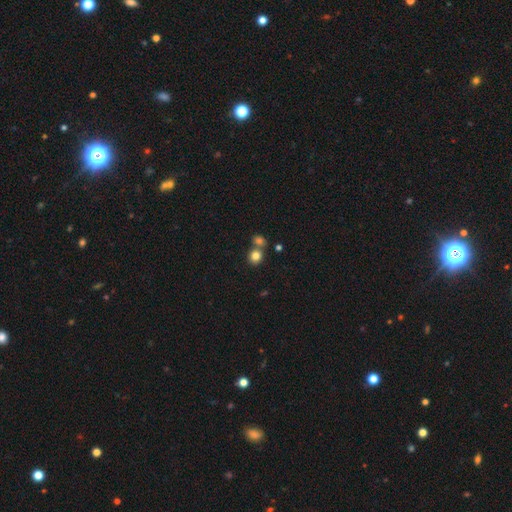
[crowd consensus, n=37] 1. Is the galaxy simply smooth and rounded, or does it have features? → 92% smooth, 5% star or artifact, 3% featured or disk.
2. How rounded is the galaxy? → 94% round, 6% in between, 0% cigar-shaped.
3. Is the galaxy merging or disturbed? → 60% none, 31% merger, 9% minor disturbance, 0% major disturbance.